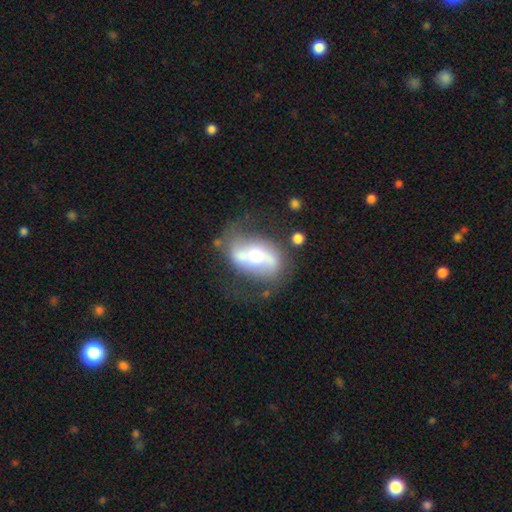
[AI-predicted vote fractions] This appears to be a featured or disk galaxy (72%) with no bar (37%), spiral arms (70%) and a moderate central bulge (67%). Merging: none (59%).